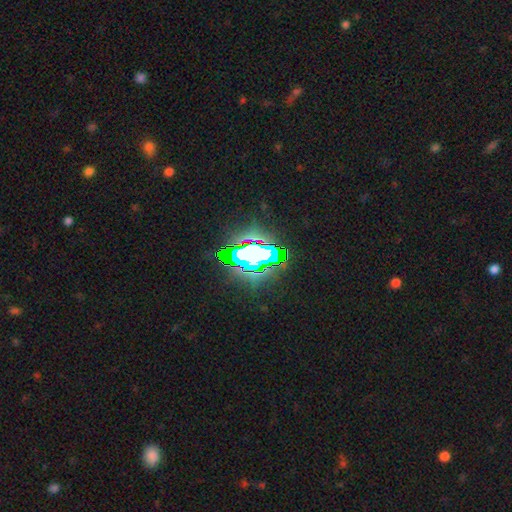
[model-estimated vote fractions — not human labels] This appears to be a star or artifact, not a galaxy (62%).